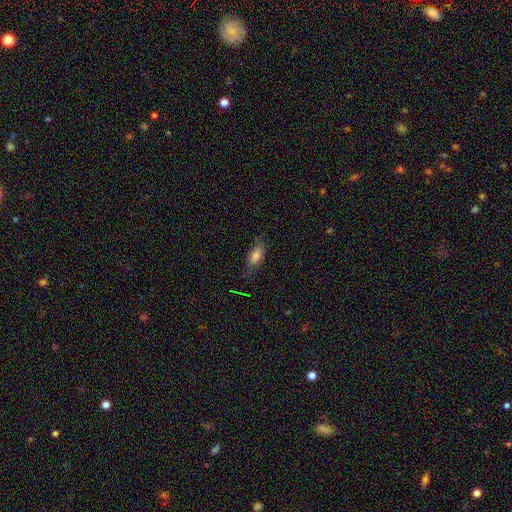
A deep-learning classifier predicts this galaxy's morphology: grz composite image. It shows a smooth galaxy with no disk features (74%) that is in between round and cigar-shaped (77%). Merging: none (68%).